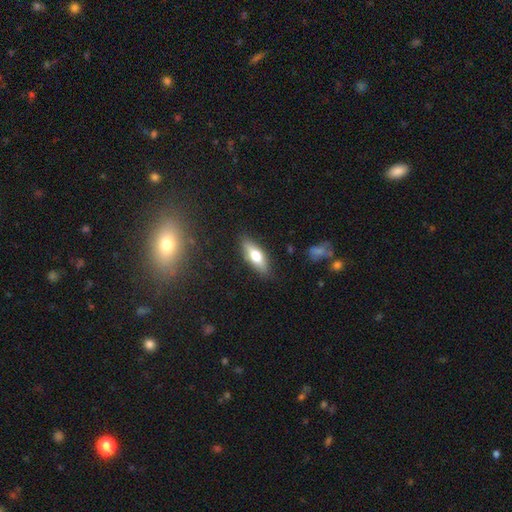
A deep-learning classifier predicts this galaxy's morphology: Overall: smooth (60%; featured or disk 33%). How rounded: in between (61%; cigar-shaped 36%). Merging: none (85%).